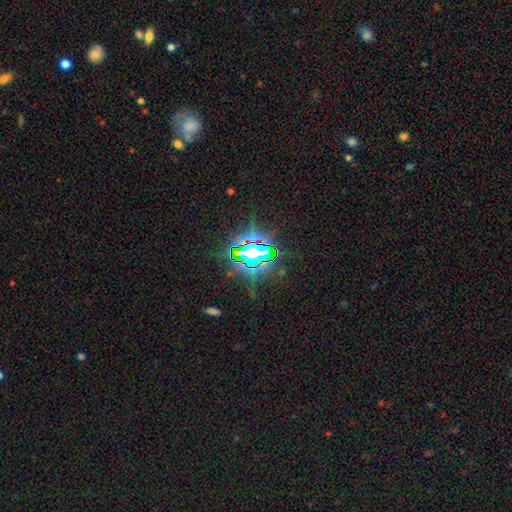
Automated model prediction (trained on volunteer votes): A star or artifact, not a galaxy (80%).

Vote fractions:
- Smooth or featured? star or artifact: 80% / smooth: 11% / featured or disk: 10%